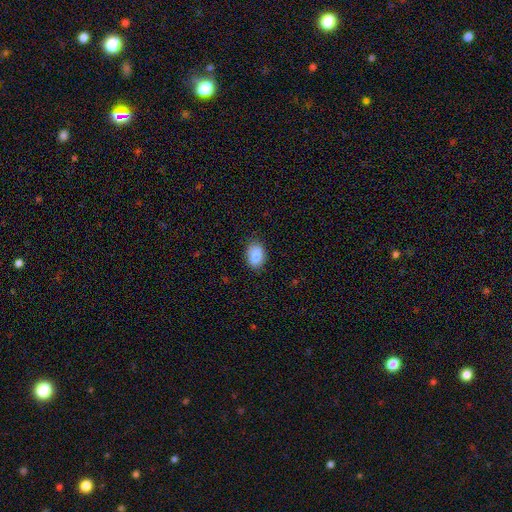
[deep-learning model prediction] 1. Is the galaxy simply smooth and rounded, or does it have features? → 84% smooth, 9% featured or disk, 8% star or artifact.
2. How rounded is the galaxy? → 80% in between, 19% round, 1% cigar-shaped.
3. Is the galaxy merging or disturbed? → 77% none, 17% minor disturbance, 3% major disturbance, 2% merger.